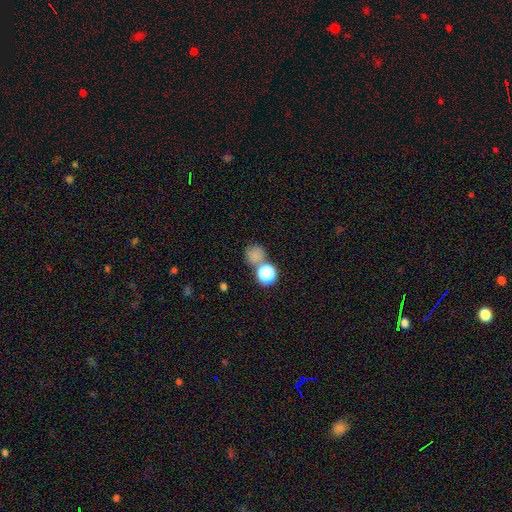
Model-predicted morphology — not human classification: Smooth or featured?
  - smooth: 71% *
  - star or artifact: 22%
  - featured or disk: 7%
How rounded?
  - round: 82% *
  - in between: 17%
  - cigar-shaped: 1%
Merging?
  - none: 56% *
  - merger: 26%
  - minor disturbance: 11%
  - major disturbance: 6%